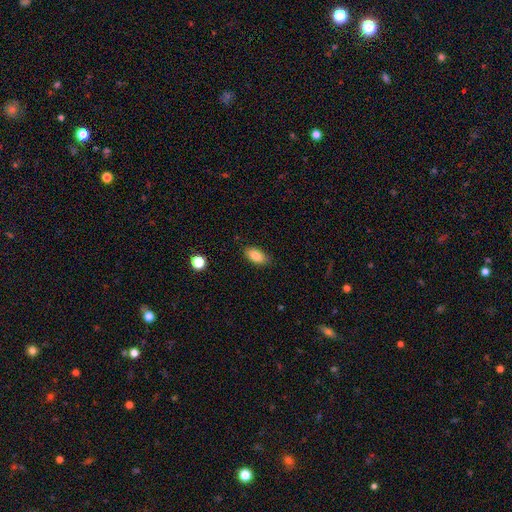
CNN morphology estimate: A smooth galaxy with no disk features (85%) that is in between round and cigar-shaped (90%).

Vote fractions:
- Smooth or featured? smooth: 85% / star or artifact: 8% / featured or disk: 7%
- How rounded? in between: 90% / round: 5% / cigar-shaped: 5%
- Merging? none: 85% / minor disturbance: 11% / major disturbance: 2% / merger: 1%